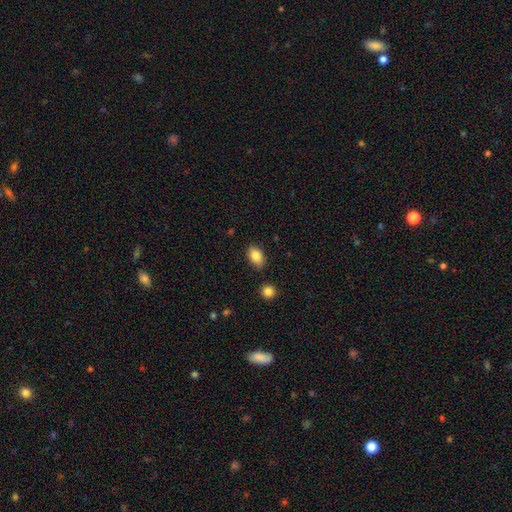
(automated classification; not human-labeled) Smooth or featured?
  - smooth: 85% *
  - star or artifact: 8%
  - featured or disk: 7%
How rounded?
  - in between: 89% *
  - round: 9%
  - cigar-shaped: 2%
Merging?
  - none: 85% *
  - minor disturbance: 10%
  - merger: 3%
  - major disturbance: 2%